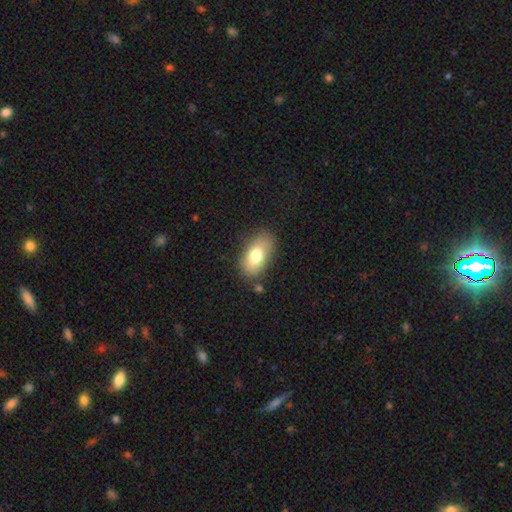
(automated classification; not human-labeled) smooth 76%, featured or disk 16%, star or artifact 8%. Down the decision tree: how rounded — in between (91%); merging — none (80%).